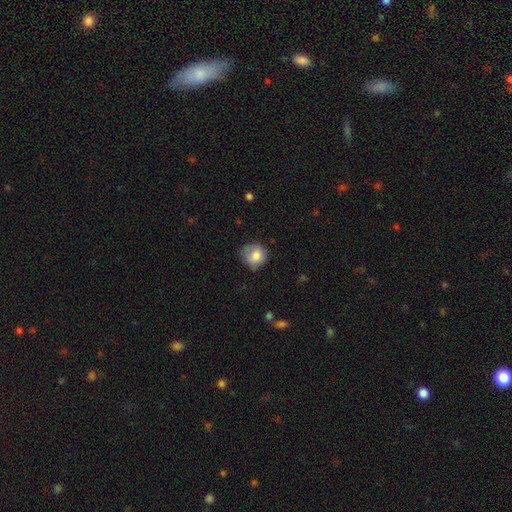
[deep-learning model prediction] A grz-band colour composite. It shows a smooth galaxy with no disk features (80%) that is round (86%). Merging: none (64%).